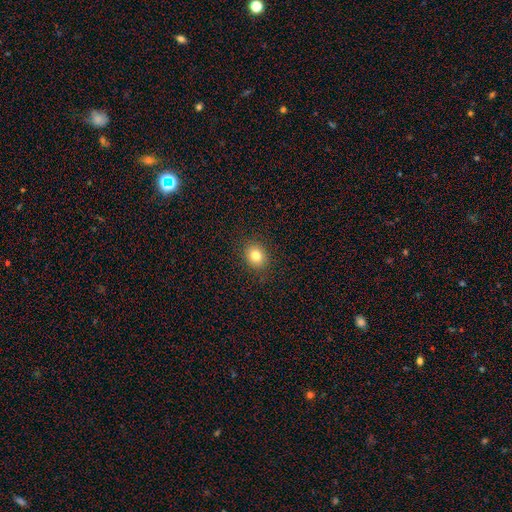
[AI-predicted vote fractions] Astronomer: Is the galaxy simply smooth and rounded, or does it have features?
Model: smooth — 81%.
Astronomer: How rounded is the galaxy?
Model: round — 68%.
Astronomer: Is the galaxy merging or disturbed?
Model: none — 89%.